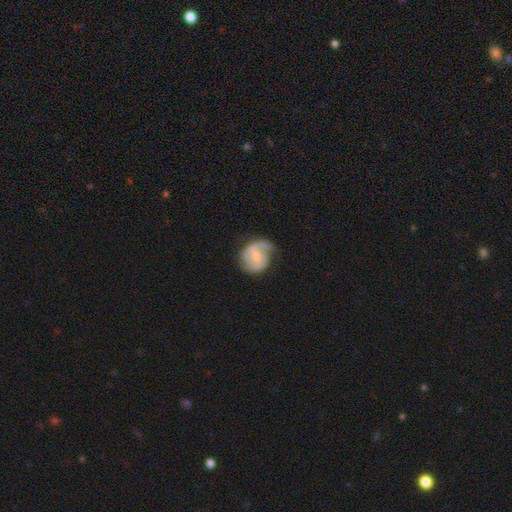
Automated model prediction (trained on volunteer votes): A featured or disk galaxy (66%) with no bar (46%), 2 (47%) medium (42%) spiral arms (86%) and a small central bulge (48%).

Vote fractions:
- Smooth or featured? featured or disk: 66% / smooth: 29% / star or artifact: 6%
- Edge-on disk? no: 98% / yes: 2%
- Bar? no: 46% / weak: 45% / strong: 9%
- Spiral arms? yes: 86% / no: 14%
- Spiral winding? medium: 42% / loose: 30% / tight: 28%
- Spiral arm count? 2: 47% / 1: 38% / can't tell: 11% / 3: 2% / 4: 1% / more than 4: 1%
- Bulge size? small: 48% / moderate: 45% / none: 4% / large: 2% / dominant: 1%
- Merging? none: 48% / minor disturbance: 30% / major disturbance: 19% / merger: 2%